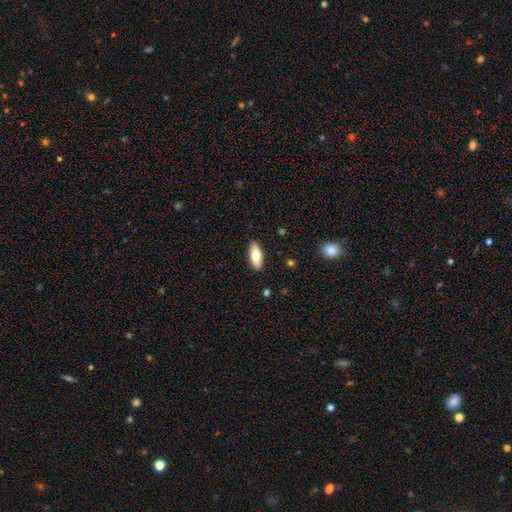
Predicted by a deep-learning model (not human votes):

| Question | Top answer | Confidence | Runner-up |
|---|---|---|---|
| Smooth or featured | smooth | 76% | featured or disk (18%) |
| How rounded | in between | 79% | cigar-shaped (19%) |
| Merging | none | 88% | minor disturbance (9%) |